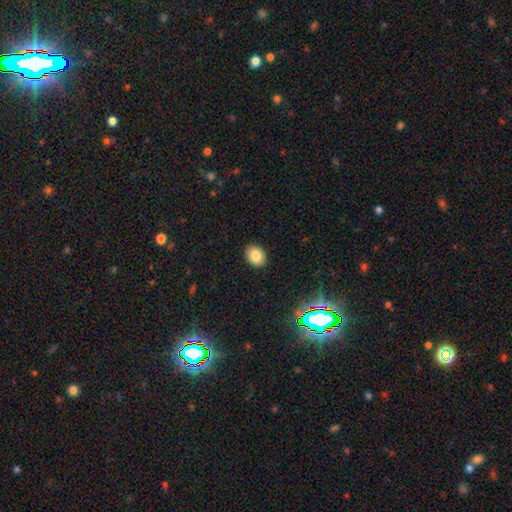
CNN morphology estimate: This is clearly a smooth galaxy (84%). How rounded: likely in between (64%). Merging: clearly none (90%).